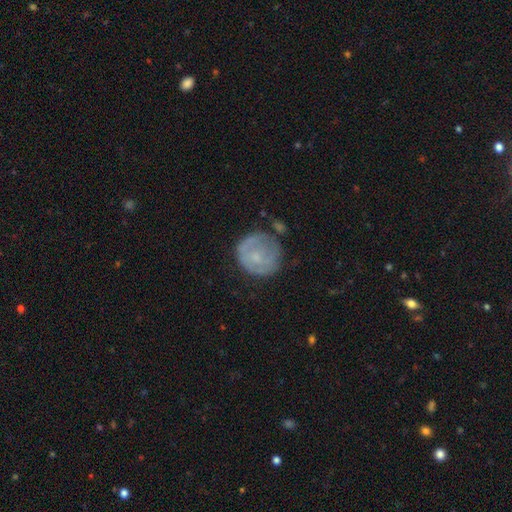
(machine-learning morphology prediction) smooth_or_featured: smooth (p=0.50) [alt: featured or disk p=0.42]
merging: none (p=0.61) [alt: minor disturbance p=0.24]